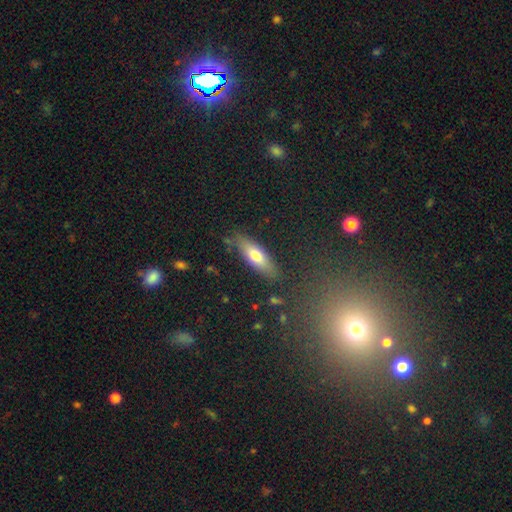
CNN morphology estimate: smooth-or-featured: smooth: 69% | featured or disk: 25% | star or artifact: 7%
  how-rounded: in between: 52% | cigar-shaped: 46% | round: 2%
  merging: none: 81% | minor disturbance: 13% | major disturbance: 3% | merger: 3%